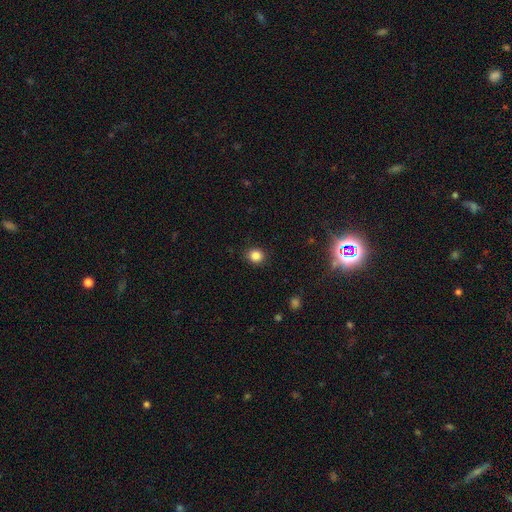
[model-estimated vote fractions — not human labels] This appears to be a smooth galaxy with no disk features (84%) that is round (83%). Merging: none (90%).